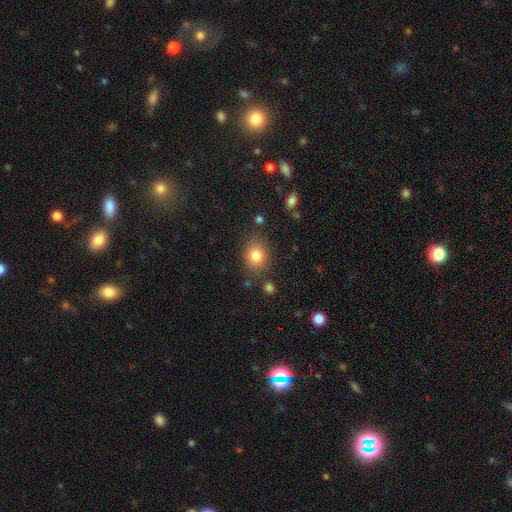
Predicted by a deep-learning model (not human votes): Smooth or featured: smooth — 83% (star or artifact — 10%)
How rounded: round — 51% (in between — 48%)
Merging: none — 78% (minor disturbance — 13%)